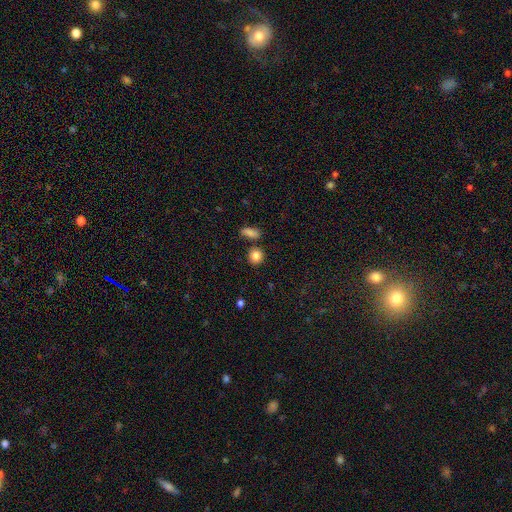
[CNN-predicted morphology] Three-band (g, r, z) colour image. It shows a smooth galaxy with no disk features (85%) that is round (84%). Merging: none (81%).